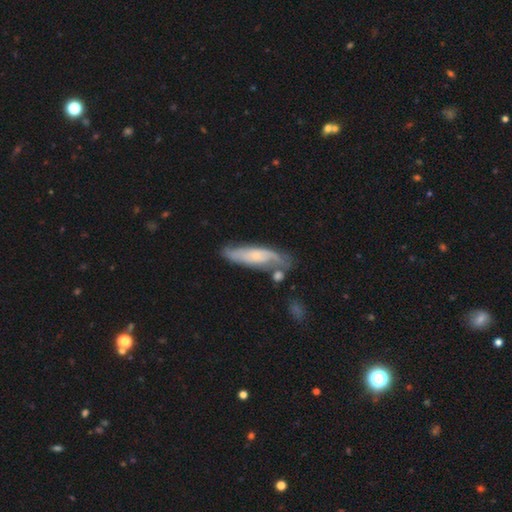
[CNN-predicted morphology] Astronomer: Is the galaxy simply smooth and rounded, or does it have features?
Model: featured or disk — 60%.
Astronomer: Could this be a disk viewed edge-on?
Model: no — 76%.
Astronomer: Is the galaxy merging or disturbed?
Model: none — 53%.